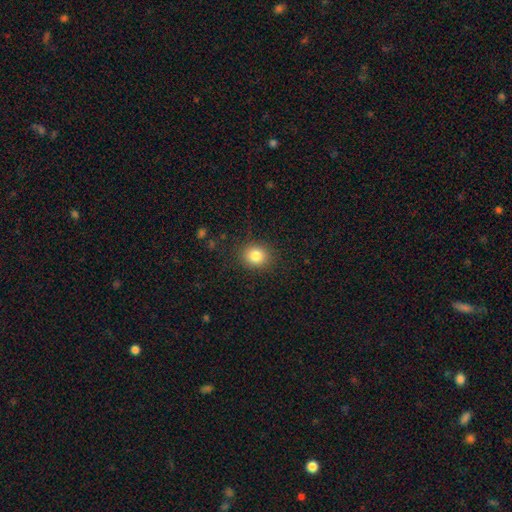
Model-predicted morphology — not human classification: smooth-or-featured: smooth: 83% | star or artifact: 11% | featured or disk: 6%
  how-rounded: round: 79% | in between: 20% | cigar-shaped: 1%
  merging: none: 88% | minor disturbance: 8% | major disturbance: 3% | merger: 1%